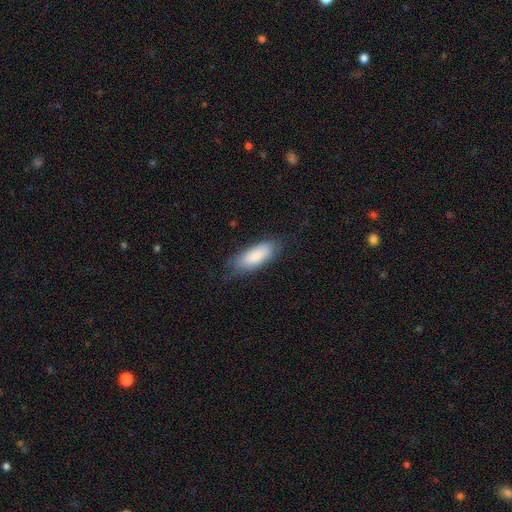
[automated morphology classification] Smooth or featured? Predicted: smooth (p=0.84). How rounded? Predicted: in between (p=0.77). Merging? Predicted: none (p=0.72).